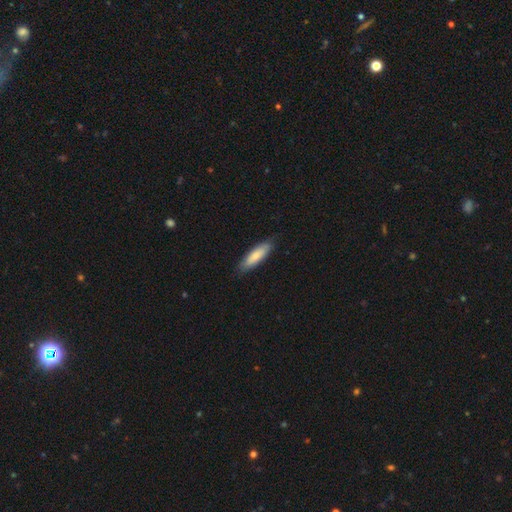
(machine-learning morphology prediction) Smooth or featured? smooth (77%)
How rounded? cigar-shaped (56%)
Merging? none (84%)